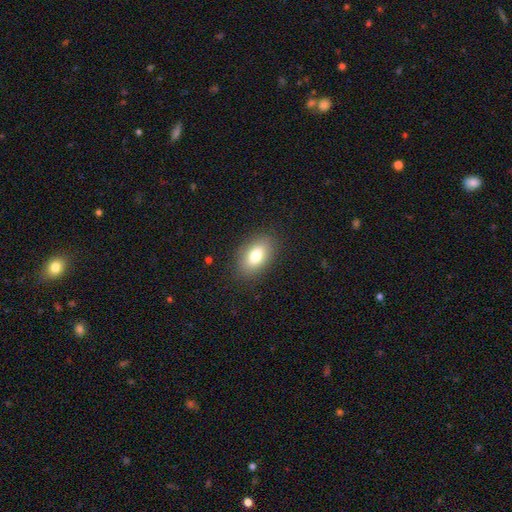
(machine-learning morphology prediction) smooth 79%, featured or disk 13%, star or artifact 8%. Down the decision tree: how rounded — in between (89%); merging — none (87%).